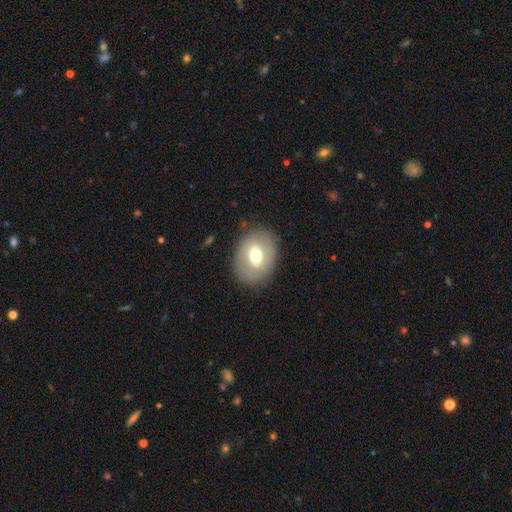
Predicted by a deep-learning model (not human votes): smooth_or_featured: smooth (p=0.58) [alt: featured or disk p=0.34]
how_rounded: in between (p=0.69) [alt: round p=0.30]
merging: none (p=0.83) [alt: minor disturbance p=0.11]